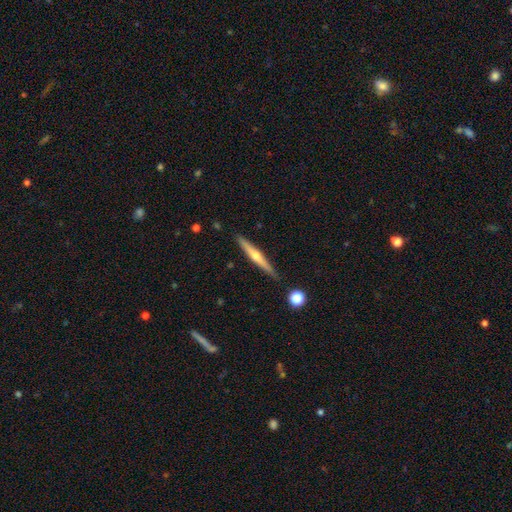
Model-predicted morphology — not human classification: A featured or disk galaxy (66%) viewed edge-on (97%) with a rounded central bulge (85%). Merging: none (89%).